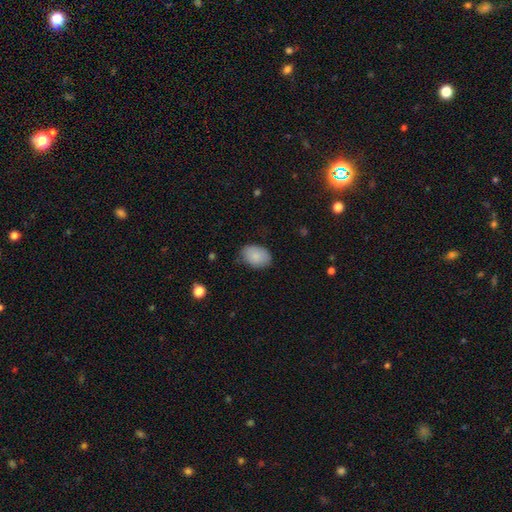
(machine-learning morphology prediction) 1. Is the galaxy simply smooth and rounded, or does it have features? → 87% smooth, 7% featured or disk, 7% star or artifact.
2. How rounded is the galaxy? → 85% in between, 14% round, 1% cigar-shaped.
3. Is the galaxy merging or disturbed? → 78% none, 17% minor disturbance, 4% major disturbance, 1% merger.